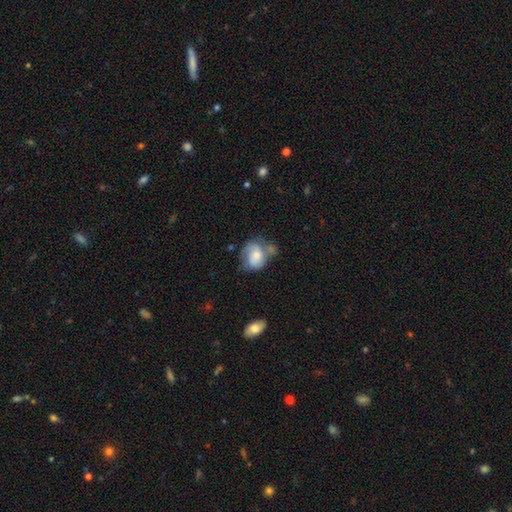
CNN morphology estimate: This is possibly a smooth galaxy (50%). Merging: marginally none (36%).